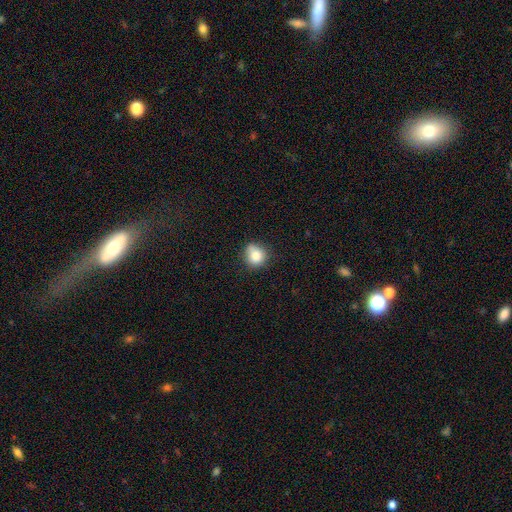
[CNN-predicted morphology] The model was most divided on "merging": none: 62%, minor disturbance: 23%, merger: 9%, major disturbance: 5%. More confident: how rounded — round (82%); smooth or featured — smooth (81%).